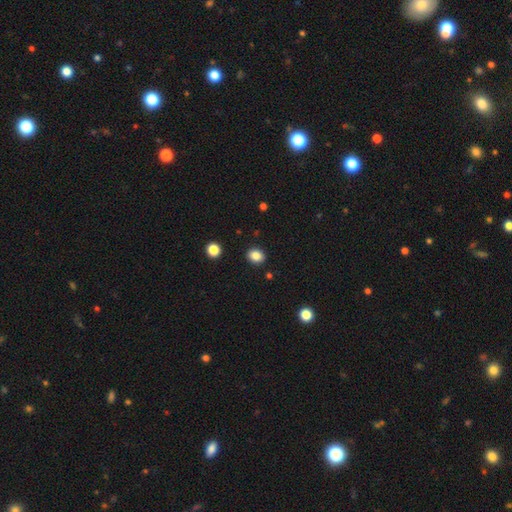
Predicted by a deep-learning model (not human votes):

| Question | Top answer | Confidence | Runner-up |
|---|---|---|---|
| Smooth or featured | smooth | 85% | star or artifact (10%) |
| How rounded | round | 56% | in between (43%) |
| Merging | none | 90% | minor disturbance (7%) |